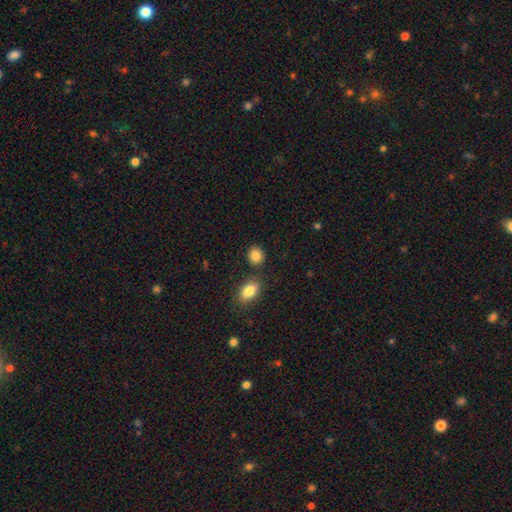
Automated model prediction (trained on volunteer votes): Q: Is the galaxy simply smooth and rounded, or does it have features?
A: smooth — 87%.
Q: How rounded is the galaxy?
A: round — 69%.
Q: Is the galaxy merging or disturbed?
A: none — 80%.